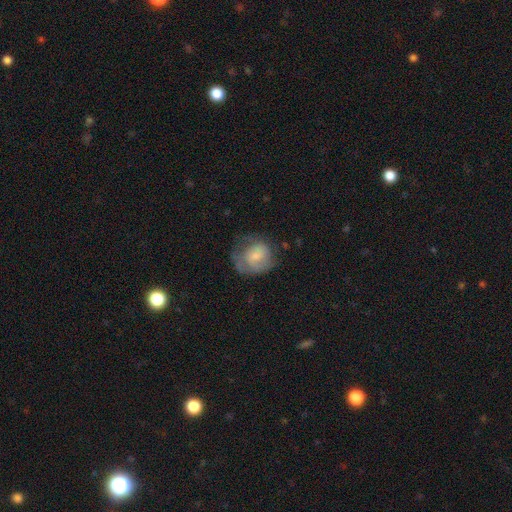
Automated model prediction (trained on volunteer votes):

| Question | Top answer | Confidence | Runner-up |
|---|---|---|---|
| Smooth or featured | smooth | 55% | featured or disk (37%) |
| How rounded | round | 69% | in between (30%) |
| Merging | none | 46% | minor disturbance (28%) |